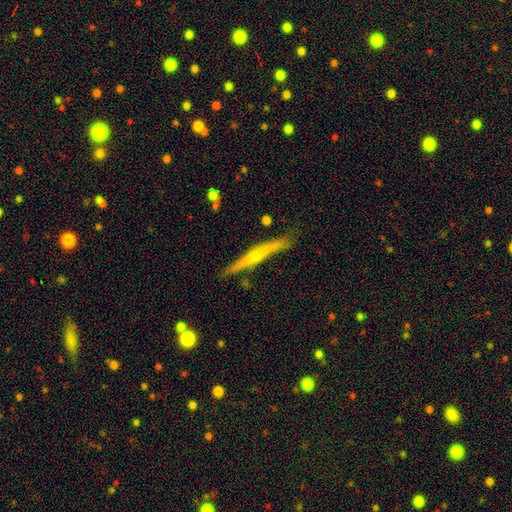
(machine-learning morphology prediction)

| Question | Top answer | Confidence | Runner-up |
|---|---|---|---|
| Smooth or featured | featured or disk | 66% | smooth (28%) |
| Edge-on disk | yes | 97% | no (3%) |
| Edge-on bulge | rounded | 61% | none (32%) |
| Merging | none | 82% | minor disturbance (13%) |